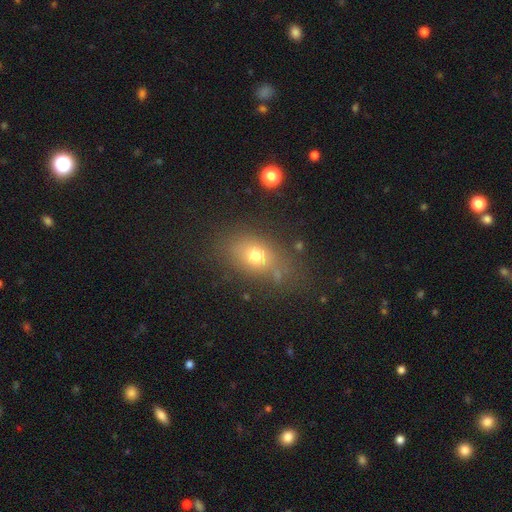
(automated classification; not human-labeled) Morphology: type=smooth (70%); roundness=in between (69%); merging=none (69%).